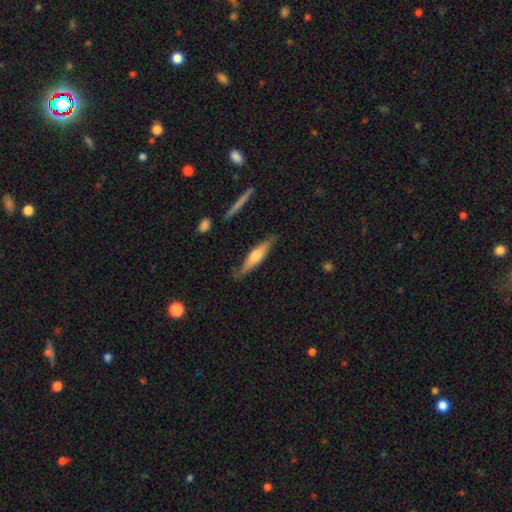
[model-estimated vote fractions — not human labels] Overall: smooth (49%; featured or disk 45%). Merging: none (78%).